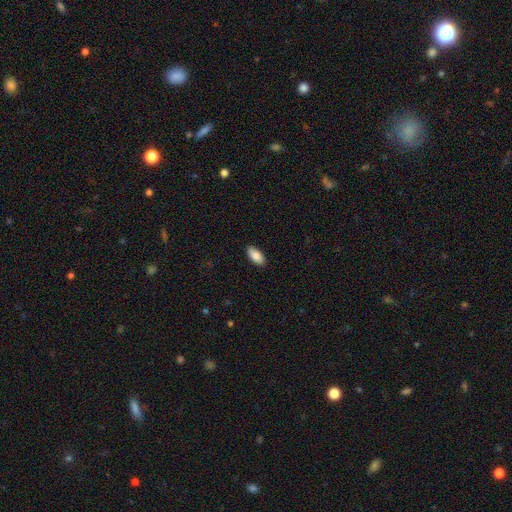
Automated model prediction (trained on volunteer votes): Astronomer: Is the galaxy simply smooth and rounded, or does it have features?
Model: smooth — 87%.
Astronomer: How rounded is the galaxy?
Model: in between — 92%.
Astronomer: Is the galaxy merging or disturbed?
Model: none — 89%.